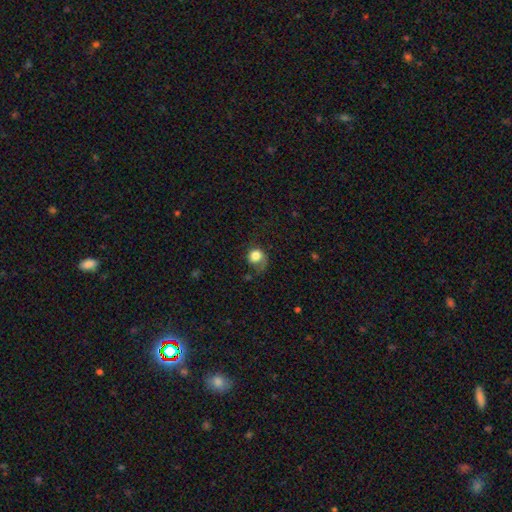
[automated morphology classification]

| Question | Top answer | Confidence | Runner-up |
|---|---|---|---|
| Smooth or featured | smooth | 73% | featured or disk (18%) |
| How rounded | round | 76% | in between (23%) |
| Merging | none | 43% | major disturbance (28%) |